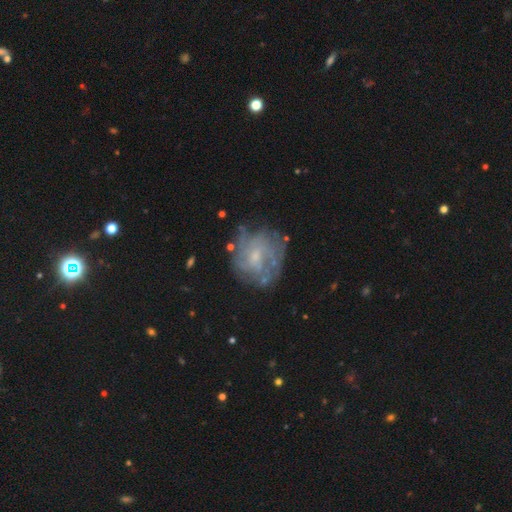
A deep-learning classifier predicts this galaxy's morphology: Smooth or featured?
  - featured or disk: 69% *
  - smooth: 22%
  - star or artifact: 9%
Edge-on disk?
  - no: 98% *
  - yes: 2%
Bar?
  - no: 59% *
  - weak: 36%
  - strong: 5%
Spiral arms?
  - yes: 67% *
  - no: 33%
Bulge size?
  - small: 54% *
  - moderate: 32%
  - none: 11%
  - large: 2%
  - dominant: 1%
Merging?
  - none: 66% *
  - minor disturbance: 20%
  - major disturbance: 11%
  - merger: 3%